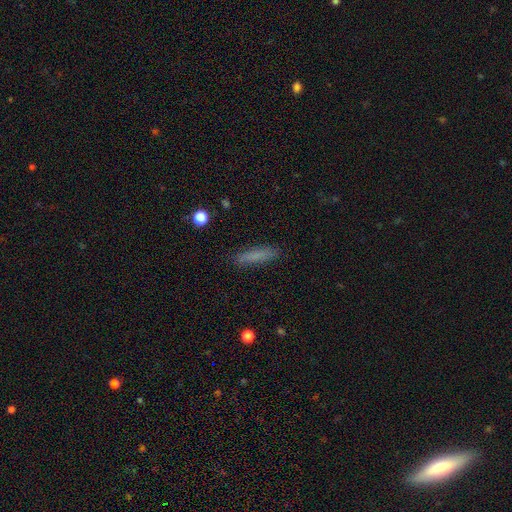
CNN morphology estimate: A smooth galaxy with no disk features (78%) that is cigar-shaped (85%). Merging: none (87%).